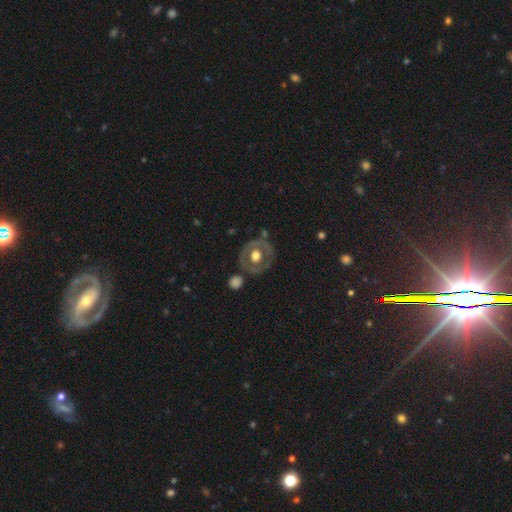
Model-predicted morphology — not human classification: smooth_or_featured: featured or disk (p=0.55) [alt: smooth p=0.39]
disk_edge_on: no (p=0.95) [alt: yes p=0.05]
bar: no (p=0.87) [alt: weak p=0.10]
has_spiral_arms: no (p=0.87) [alt: yes p=0.13]
bulge_size: moderate (p=0.56) [alt: large p=0.37]
merging: none (p=0.76) [alt: minor disturbance p=0.14]